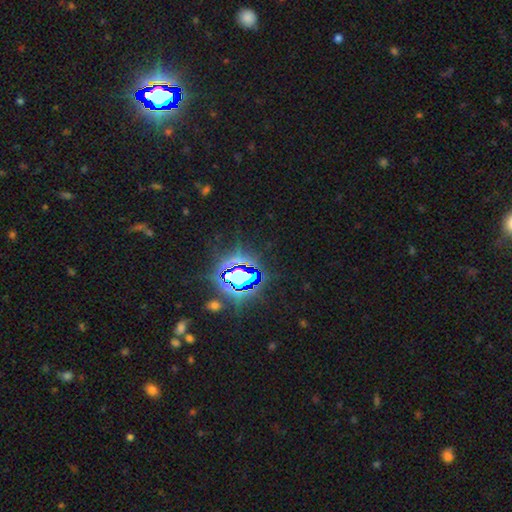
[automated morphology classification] Q: Smooth or featured?
A: star or artifact (84%); runner-up: smooth (9%)